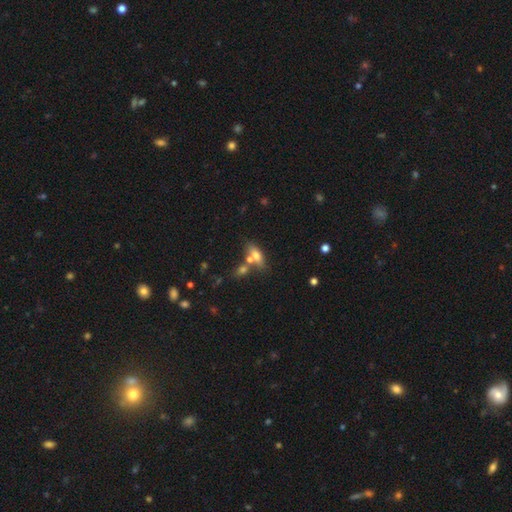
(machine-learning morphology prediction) smooth 68%, featured or disk 22%, star or artifact 10%. Down the decision tree: how rounded — in between (72%); merging — none (49%).